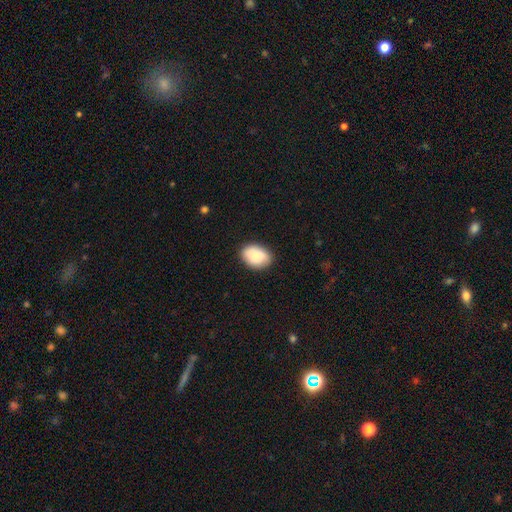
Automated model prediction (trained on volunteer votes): This appears to be a smooth galaxy with no disk features (87%) that is in between round and cigar-shaped (80%). Merging: none (84%).